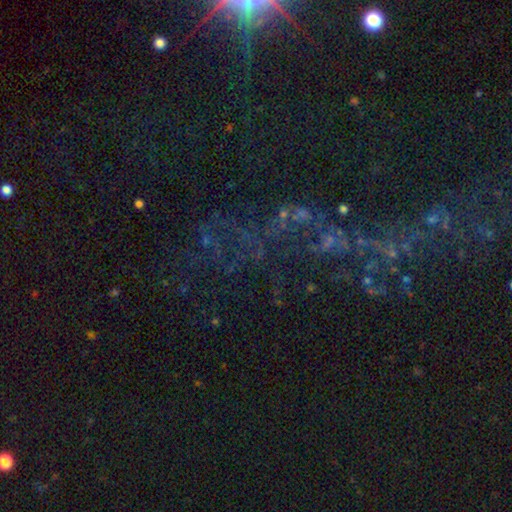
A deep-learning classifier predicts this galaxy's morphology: The model was most divided on "smooth or featured": star or artifact: 65%, featured or disk: 21%, smooth: 14%.